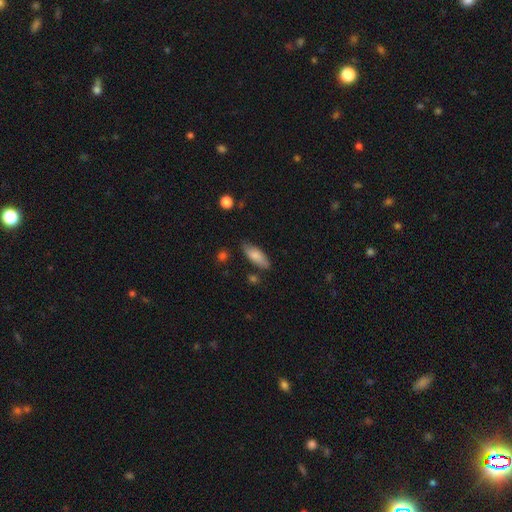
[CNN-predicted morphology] smooth-or-featured: smooth: 79% | featured or disk: 14% | star or artifact: 6%
  how-rounded: in between: 73% | cigar-shaped: 25% | round: 2%
  merging: none: 75% | minor disturbance: 18% | major disturbance: 4% | merger: 3%